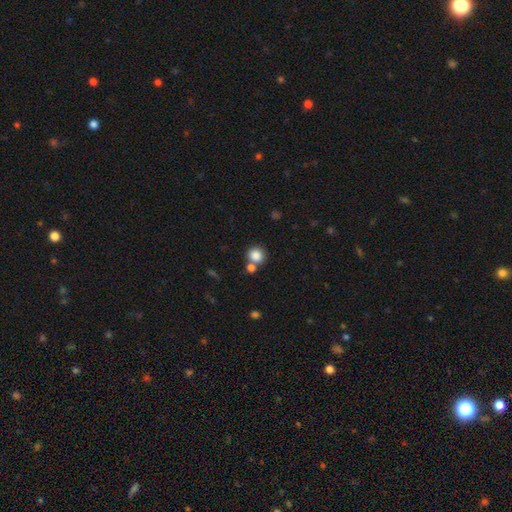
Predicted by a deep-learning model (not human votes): smooth_or_featured: smooth (p=0.84) [alt: star or artifact p=0.10]
how_rounded: round (p=0.90) [alt: in between p=0.09]
merging: none (p=0.65) [alt: merger p=0.24]